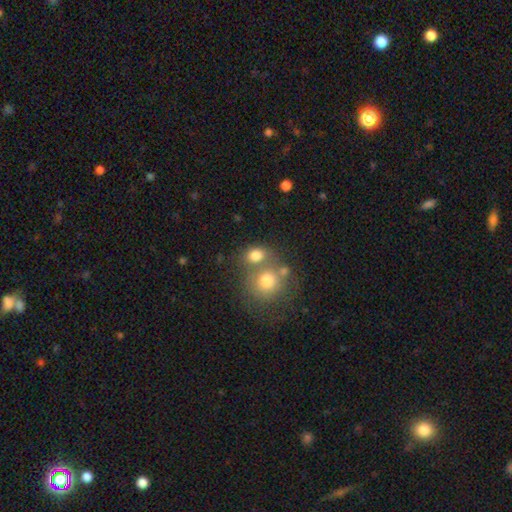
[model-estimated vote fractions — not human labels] Morphology: type=smooth (77%); roundness=round (52%); merging=none (43%).